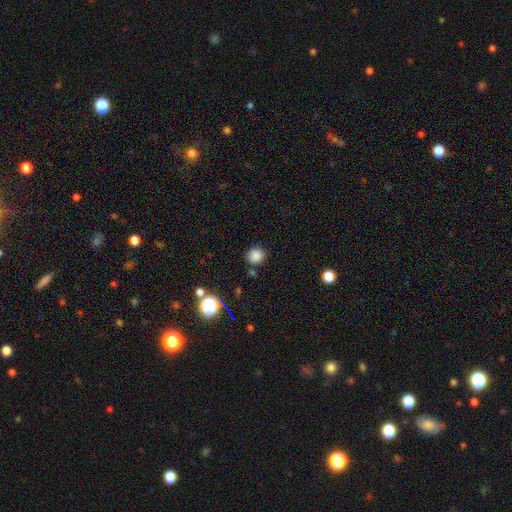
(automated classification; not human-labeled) Smooth or featured: smooth — 83% (star or artifact — 13%)
How rounded: round — 87% (in between — 12%)
Merging: none — 83% (minor disturbance — 11%)